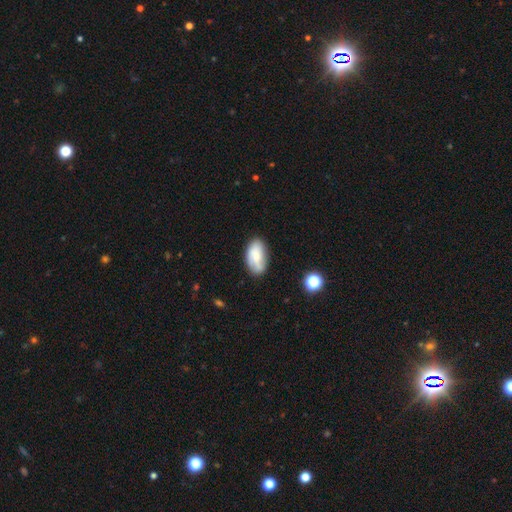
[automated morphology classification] This is likely a smooth galaxy (61%). How rounded: clearly in between (92%). Merging: likely none (71%).